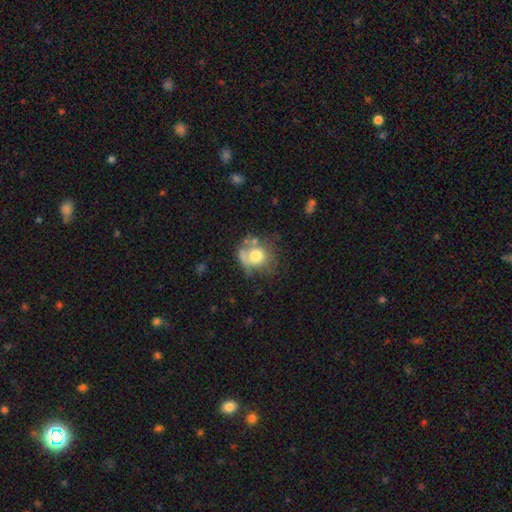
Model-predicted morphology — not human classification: Smooth or featured? Predicted: smooth (p=0.67). How rounded? Predicted: round (p=0.79). Merging? Predicted: none (p=0.46).